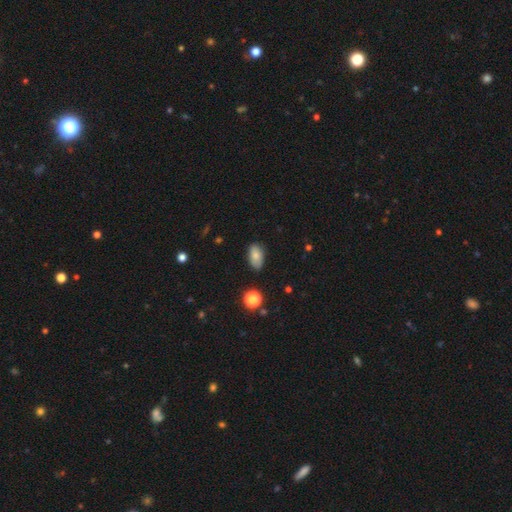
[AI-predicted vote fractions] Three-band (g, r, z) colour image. It shows a smooth galaxy with no disk features (82%) that is in between round and cigar-shaped (91%). Merging: none (78%).